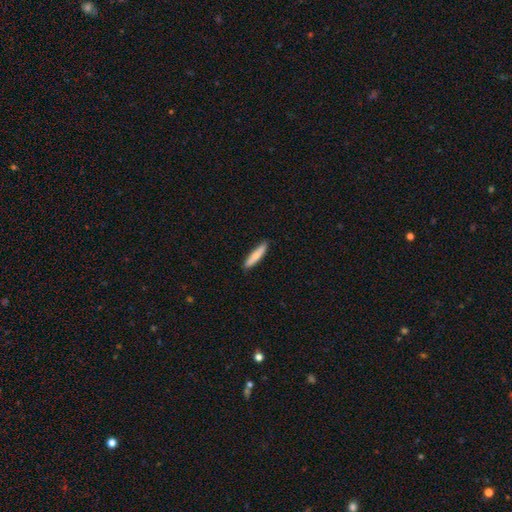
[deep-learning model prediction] This appears to be a smooth galaxy with no disk features (73%) that is cigar-shaped (85%). Merging: none (87%).